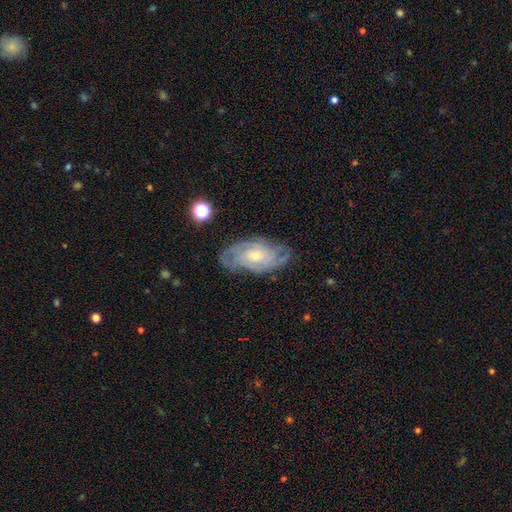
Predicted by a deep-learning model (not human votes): featured or disk 76%, smooth 17%, star or artifact 7%. Down the decision tree: edge-on disk — no (93%); bar — no (67%); spiral arms — yes (88%); spiral arm count — can't tell (50%); spiral winding — tight (63%); bulge size — small (49%); merging — none (70%).